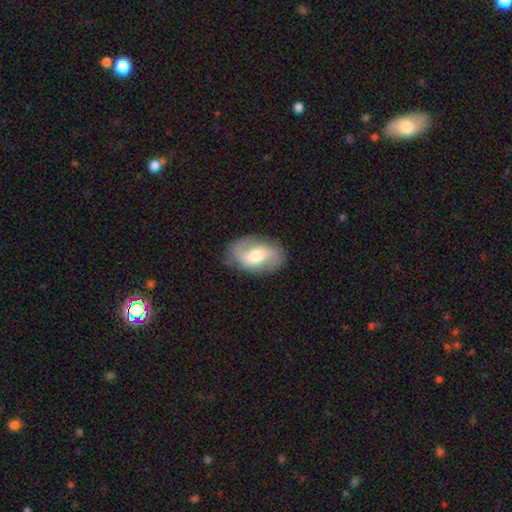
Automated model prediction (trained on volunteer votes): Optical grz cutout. It shows a featured or disk galaxy (64%) with a weak bar (46%), spiral arms (80%) and a moderate central bulge (65%). Merging: none (80%).